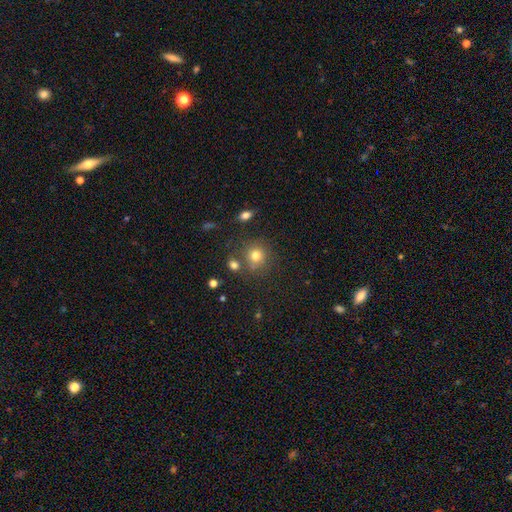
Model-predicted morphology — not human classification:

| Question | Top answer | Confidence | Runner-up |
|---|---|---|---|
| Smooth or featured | smooth | 76% | star or artifact (15%) |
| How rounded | round | 87% | in between (12%) |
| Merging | none | 73% | merger (11%) |